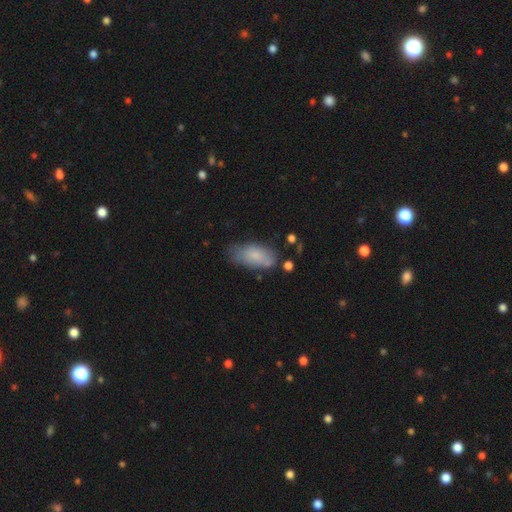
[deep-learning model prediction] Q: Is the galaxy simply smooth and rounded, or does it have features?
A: smooth — 76%.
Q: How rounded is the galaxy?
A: in between — 90%.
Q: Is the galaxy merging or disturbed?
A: none — 55%.